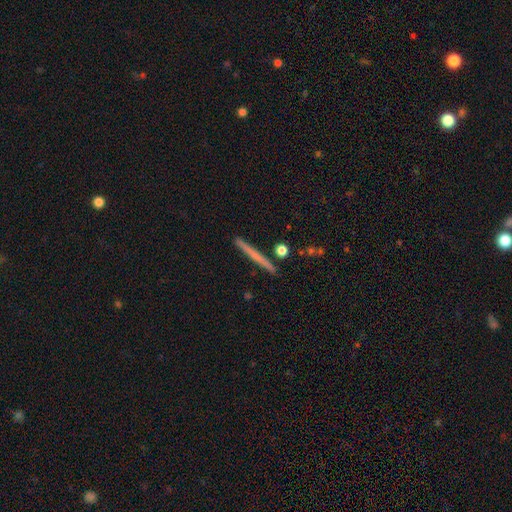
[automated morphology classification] Smooth or featured?
  - smooth: 52% *
  - featured or disk: 41%
  - star or artifact: 7%
How rounded?
  - cigar-shaped: 96% *
  - in between: 2%
  - round: 2%
Merging?
  - none: 91% *
  - minor disturbance: 6%
  - merger: 2%
  - major disturbance: 1%